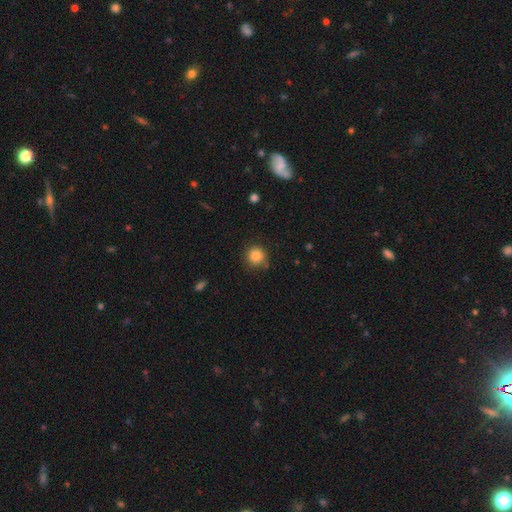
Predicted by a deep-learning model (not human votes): smooth_or_featured: smooth (p=0.85) [alt: star or artifact p=0.11]
how_rounded: round (p=0.93) [alt: in between p=0.06]
merging: none (p=0.82) [alt: minor disturbance p=0.12]